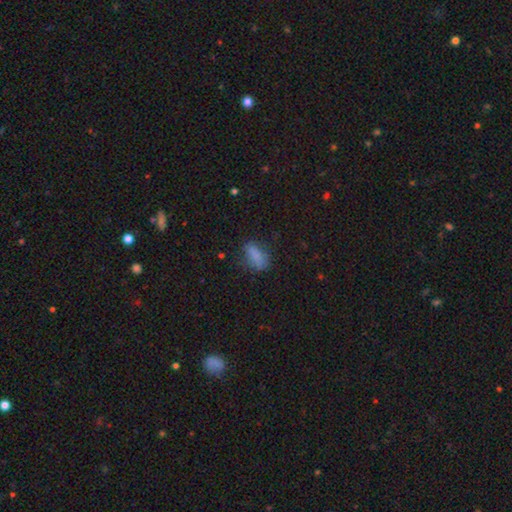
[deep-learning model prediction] This is likely a smooth galaxy (80%). How rounded: likely in between (80%). Merging: likely none (64%).